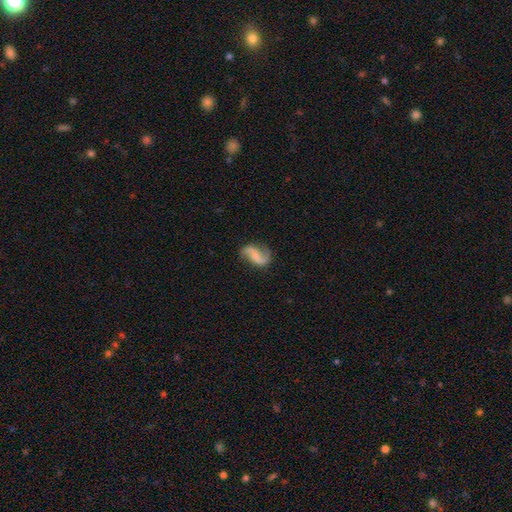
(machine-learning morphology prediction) type=featured or disk (78%); edge-on=no (98%); bar=no (45%); spiral arms=yes (95%); winding=loose (74%); arm count=2 (91%); bulge=none (51%); merging=none (74%).